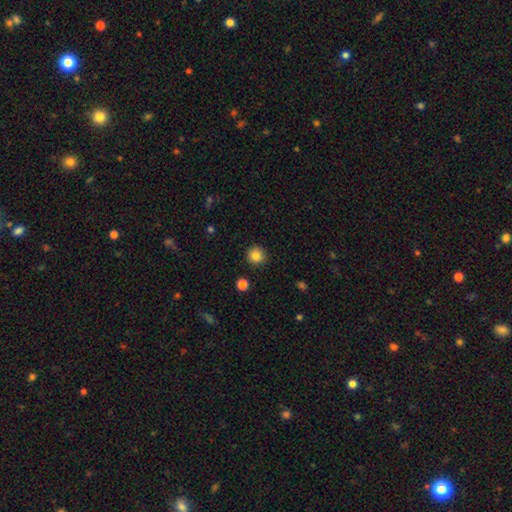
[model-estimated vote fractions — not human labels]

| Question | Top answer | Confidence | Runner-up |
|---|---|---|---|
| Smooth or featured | smooth | 85% | star or artifact (10%) |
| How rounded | round | 94% | in between (5%) |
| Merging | none | 92% | minor disturbance (5%) |